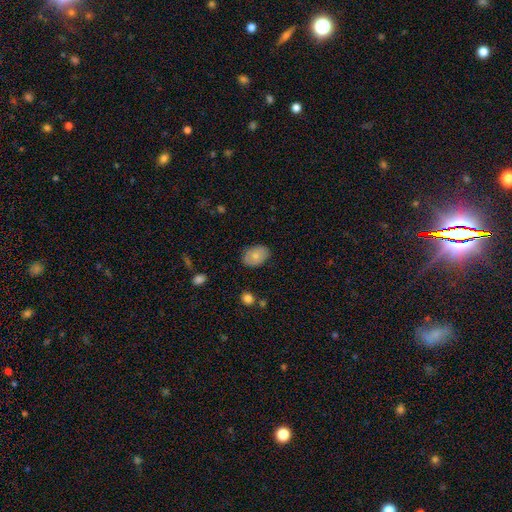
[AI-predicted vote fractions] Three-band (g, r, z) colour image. It shows a smooth galaxy with no disk features (75%) that is in between round and cigar-shaped (80%). Merging: none (81%).